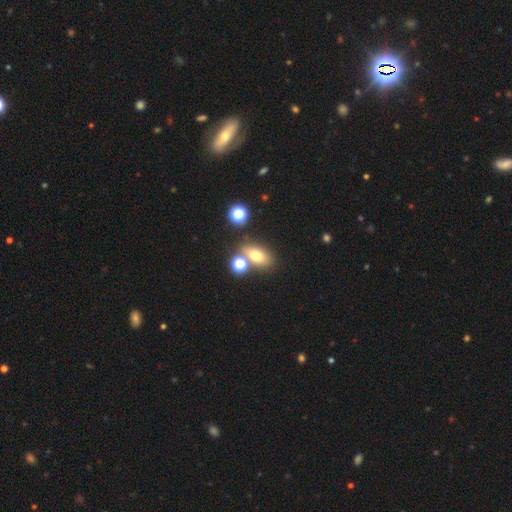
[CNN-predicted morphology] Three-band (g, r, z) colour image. It shows a smooth galaxy with no disk features (70%) that is in between round and cigar-shaped (72%). Merging: none (63%).